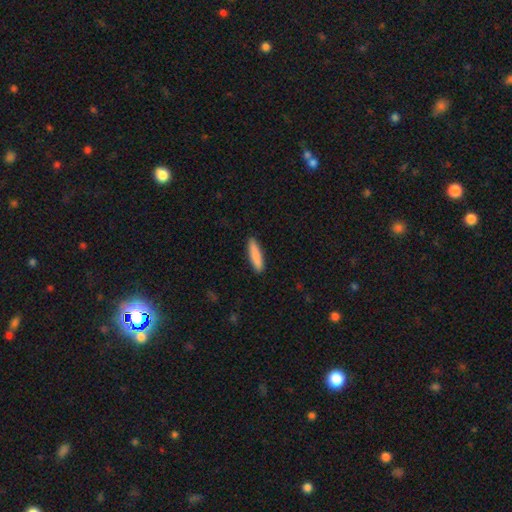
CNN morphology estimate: smooth-or-featured: smooth: 87% | featured or disk: 8% | star or artifact: 6%
  how-rounded: cigar-shaped: 82% | in between: 17% | round: 1%
  merging: none: 90% | minor disturbance: 7% | major disturbance: 2% | merger: 1%